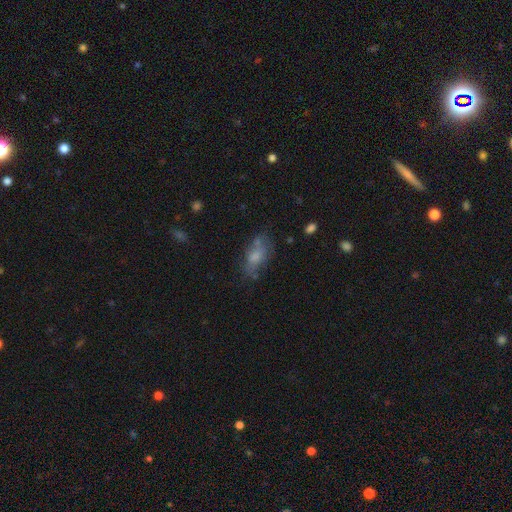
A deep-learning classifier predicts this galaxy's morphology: Smooth or featured: smooth — 61% (featured or disk — 28%)
How rounded: in between — 84% (cigar-shaped — 9%)
Merging: none — 54% (minor disturbance — 25%)